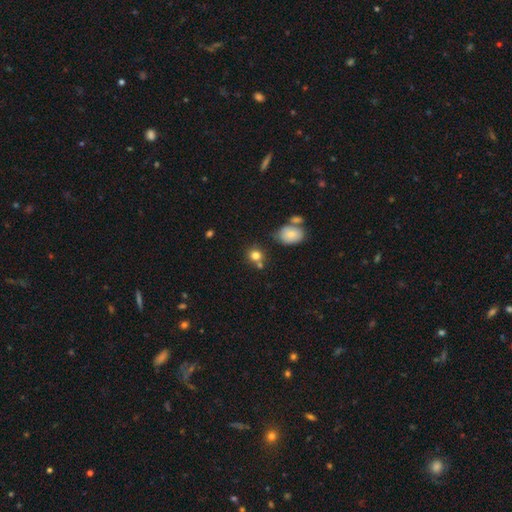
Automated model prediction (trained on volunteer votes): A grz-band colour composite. It shows a smooth galaxy with no disk features (79%) that is round (80%). Merging: none (62%).